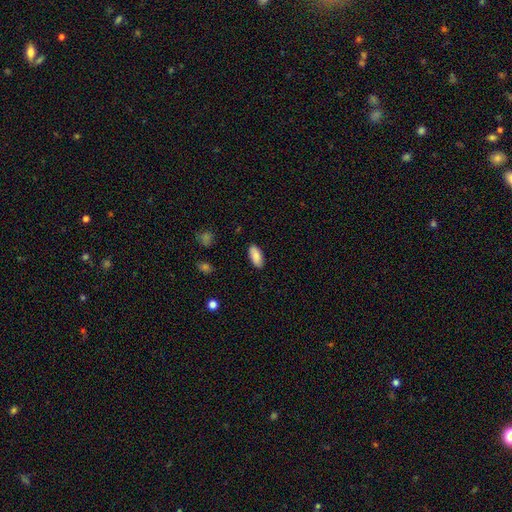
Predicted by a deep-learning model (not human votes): smooth 86%, featured or disk 8%, star or artifact 7%. Down the decision tree: how rounded — in between (89%); merging — none (88%).